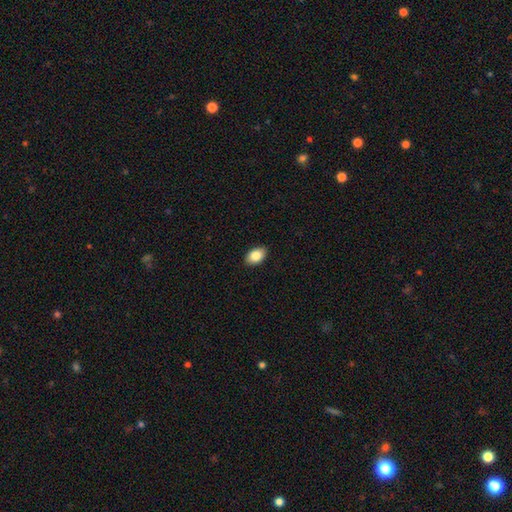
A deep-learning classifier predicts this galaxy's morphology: Smooth or featured? smooth (86%)
How rounded? in between (88%)
Merging? none (89%)